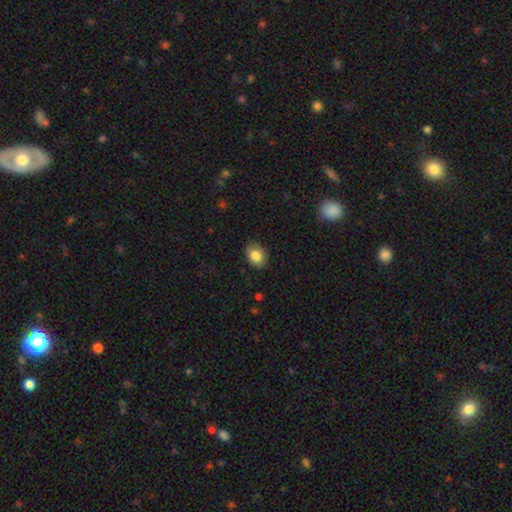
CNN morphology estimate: Smooth or featured?
  - smooth: 83% *
  - star or artifact: 9%
  - featured or disk: 8%
How rounded?
  - in between: 66% *
  - round: 33%
  - cigar-shaped: 1%
Merging?
  - none: 86% *
  - minor disturbance: 11%
  - major disturbance: 2%
  - merger: 1%